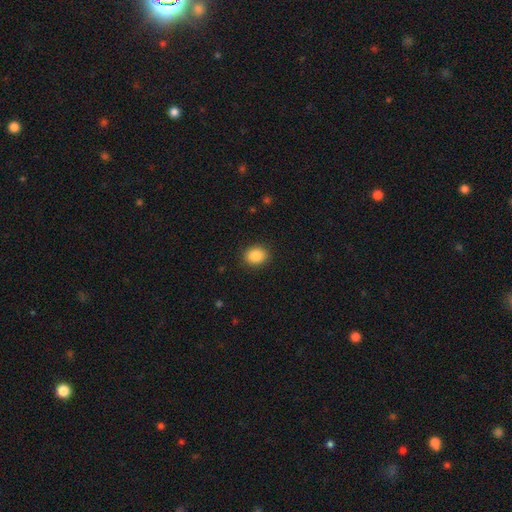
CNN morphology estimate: Smooth or featured: smooth — 87% (star or artifact — 9%)
How rounded: round — 55% (in between — 44%)
Merging: none — 90% (minor disturbance — 7%)